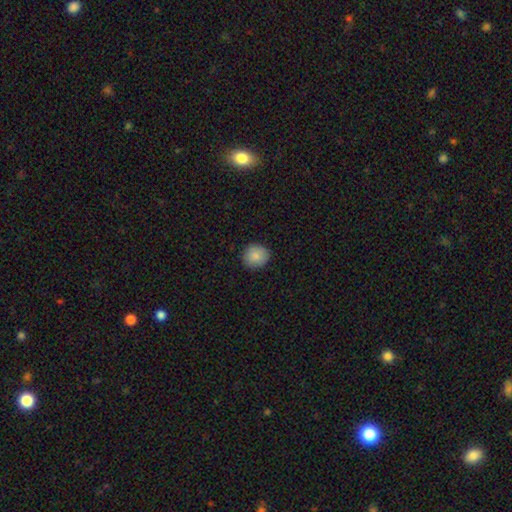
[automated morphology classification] smooth 87%, star or artifact 8%, featured or disk 5%. Down the decision tree: how rounded — round (86%); merging — none (89%).